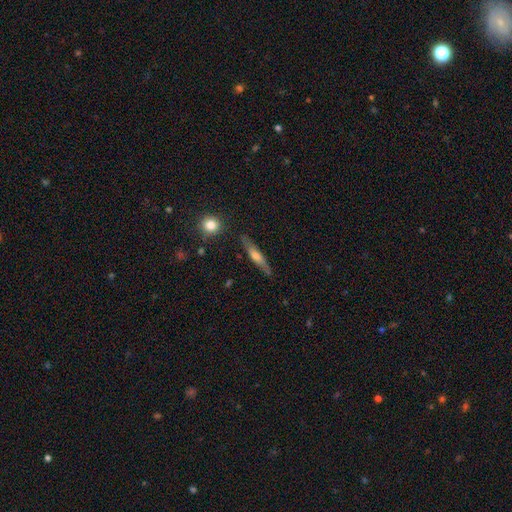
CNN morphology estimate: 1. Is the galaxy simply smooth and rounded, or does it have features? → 50% featured or disk, 43% smooth, 7% star or artifact.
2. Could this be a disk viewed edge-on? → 90% yes, 10% no.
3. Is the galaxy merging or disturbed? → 84% none, 11% minor disturbance, 2% major disturbance, 2% merger.